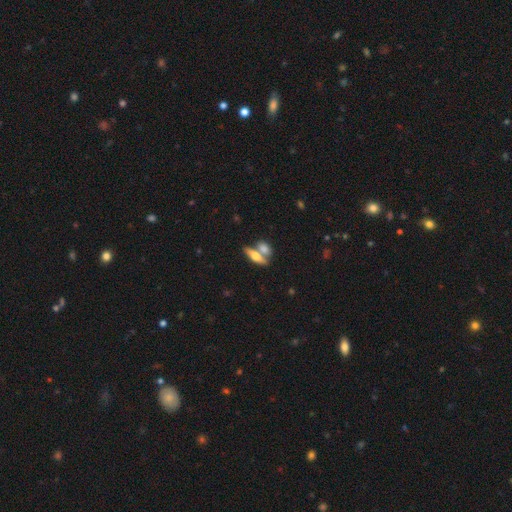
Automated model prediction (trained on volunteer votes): The model was most divided on "merging": none: 46%, merger: 43%, minor disturbance: 8%, major disturbance: 3%. More confident: how rounded — in between (58%); smooth or featured — smooth (53%).